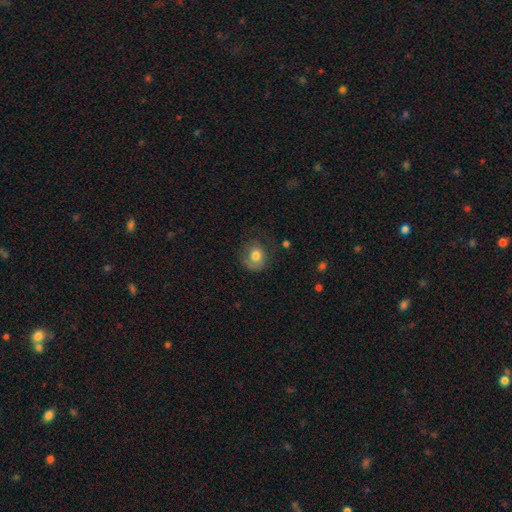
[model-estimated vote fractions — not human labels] Smooth or featured? Predicted: smooth (p=0.72). How rounded? Predicted: round (p=0.73). Merging? Predicted: none (p=0.59).